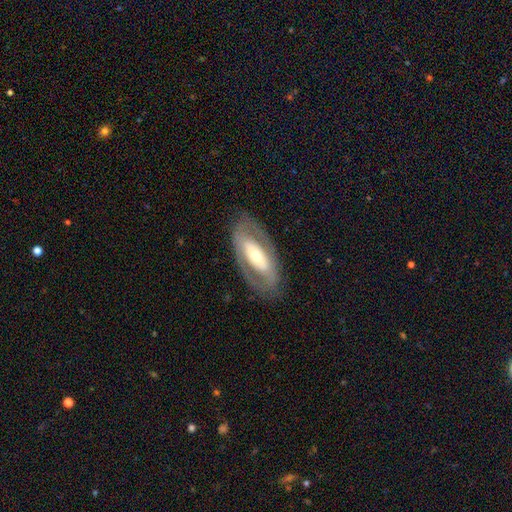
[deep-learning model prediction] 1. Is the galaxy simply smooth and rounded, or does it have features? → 68% featured or disk, 27% smooth, 5% star or artifact.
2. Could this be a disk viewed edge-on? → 87% no, 13% yes.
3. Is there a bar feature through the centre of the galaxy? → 49% no, 29% strong, 21% weak.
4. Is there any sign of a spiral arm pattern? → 59% no, 41% yes.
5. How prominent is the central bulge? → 50% moderate, 38% small, 10% large, 2% dominant, 1% none.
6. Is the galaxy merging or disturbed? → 79% none, 12% minor disturbance, 8% major disturbance, 1% merger.